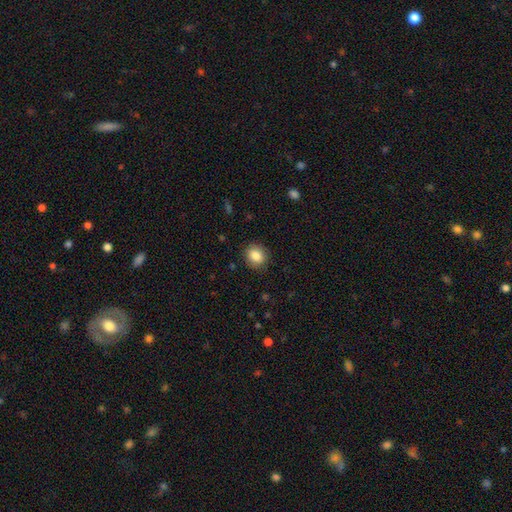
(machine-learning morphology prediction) type=smooth (85%); roundness=round (70%); merging=none (89%).